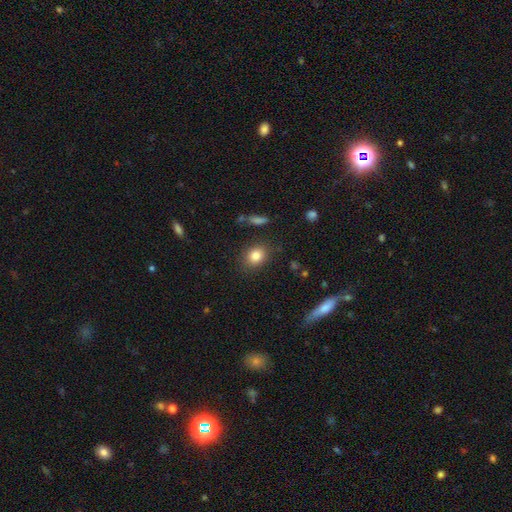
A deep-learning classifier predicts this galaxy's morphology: This appears to be a smooth galaxy with no disk features (83%) that is round (54%). Merging: none (85%).